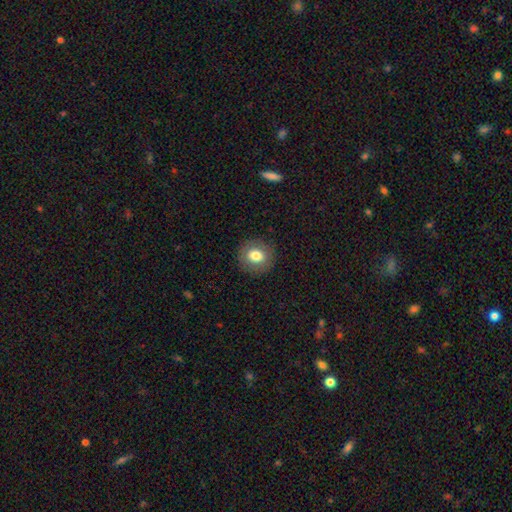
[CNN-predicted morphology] This is likely a smooth galaxy (78%). How rounded: likely round (80%). Merging: clearly none (89%).